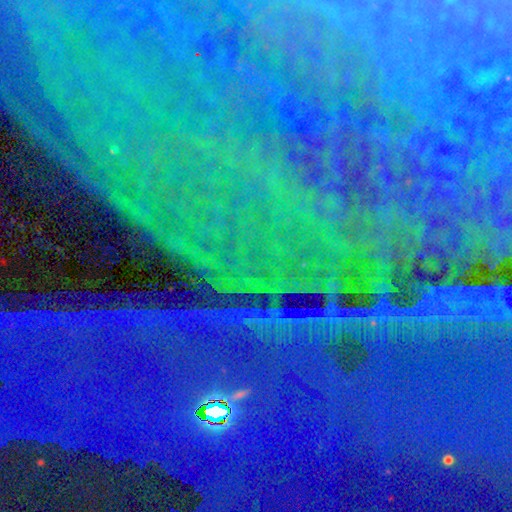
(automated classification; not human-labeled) The model was most divided on "smooth or featured": star or artifact: 87%, featured or disk: 7%, smooth: 6%.